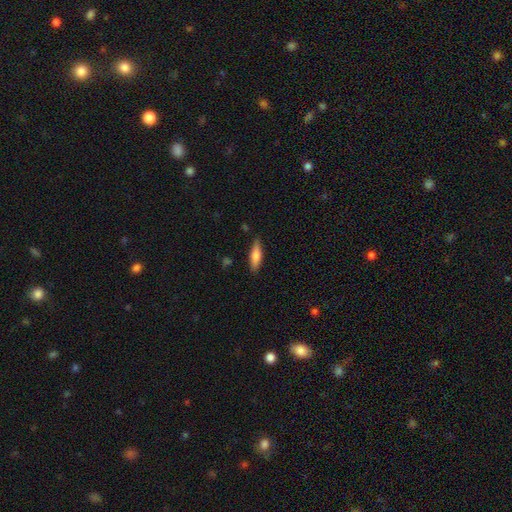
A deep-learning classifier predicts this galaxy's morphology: A smooth galaxy with no disk features (71%) that is cigar-shaped (59%).

Vote fractions:
- Smooth or featured? smooth: 71% / featured or disk: 23% / star or artifact: 6%
- How rounded? cigar-shaped: 59% / in between: 39% / round: 2%
- Merging? none: 83% / minor disturbance: 13% / major disturbance: 2% / merger: 2%